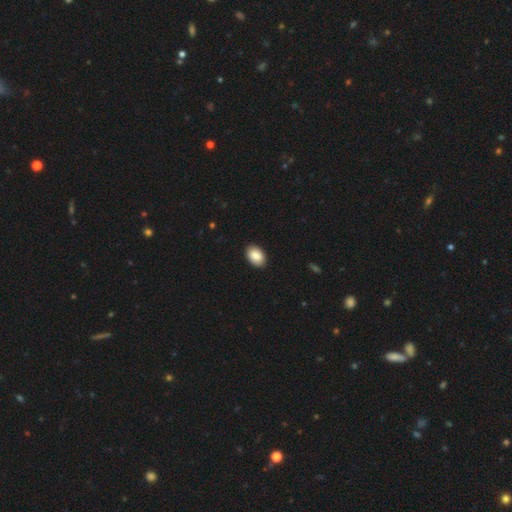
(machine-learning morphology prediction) Smooth or featured: smooth — 87% (star or artifact — 7%)
How rounded: in between — 89% (round — 10%)
Merging: none — 91% (minor disturbance — 7%)